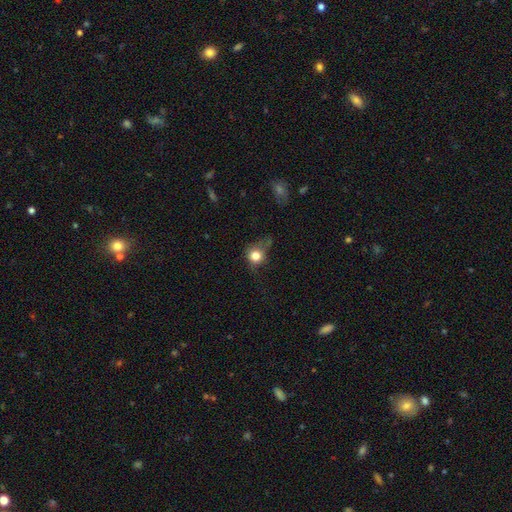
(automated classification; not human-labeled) The model was most divided on "merging": none: 44%, minor disturbance: 32%, major disturbance: 20%, merger: 5%. More confident: how rounded — round (79%); smooth or featured — smooth (78%).